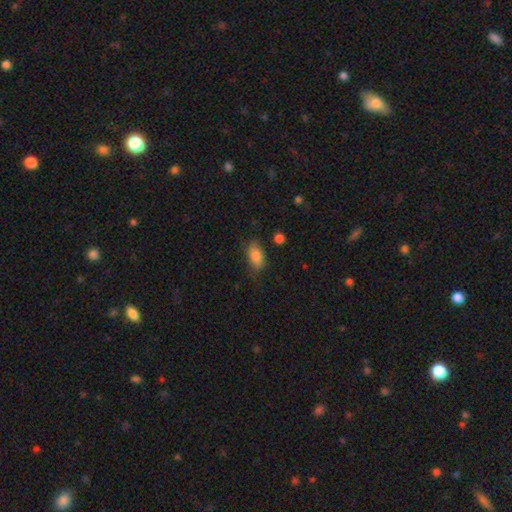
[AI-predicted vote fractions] Morphology: type=smooth (83%); roundness=in between (88%); merging=none (67%).